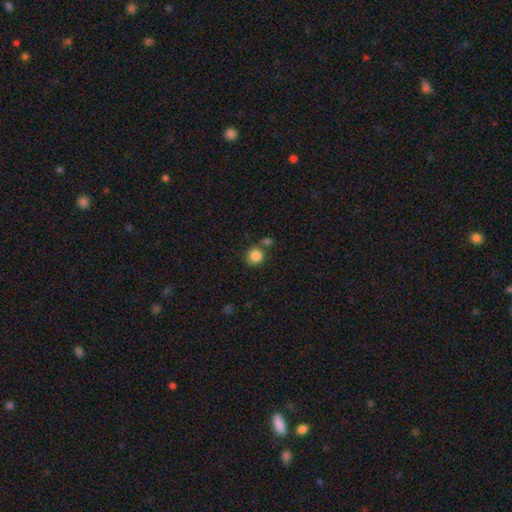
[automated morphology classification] A smooth galaxy with no disk features (85%) that is round (87%). Merging: none (67%).